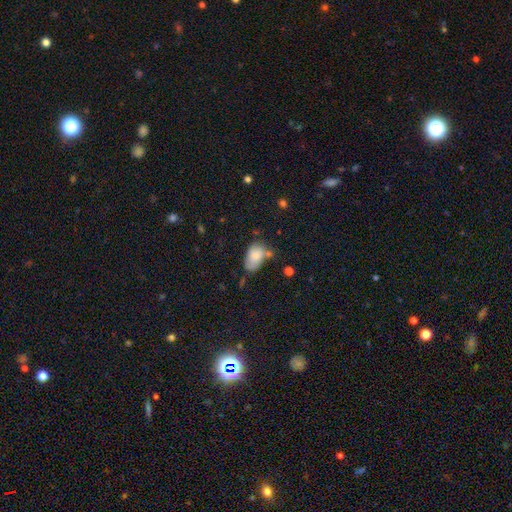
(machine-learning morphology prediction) Smooth or featured? Predicted: smooth (p=0.79). How rounded? Predicted: in between (p=0.89). Merging? Predicted: none (p=0.42).